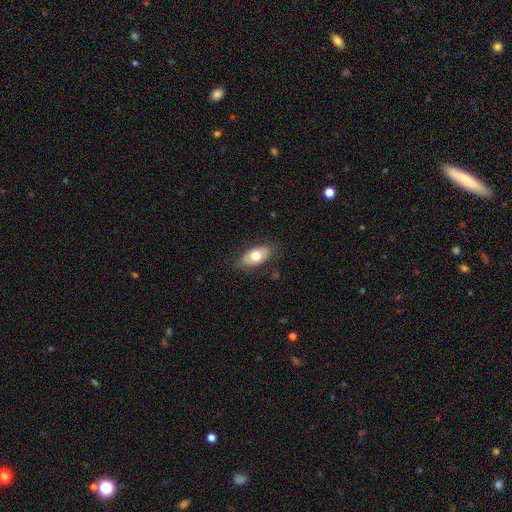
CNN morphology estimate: This is likely a smooth galaxy (73%). How rounded: clearly in between (91%). Merging: clearly none (83%).